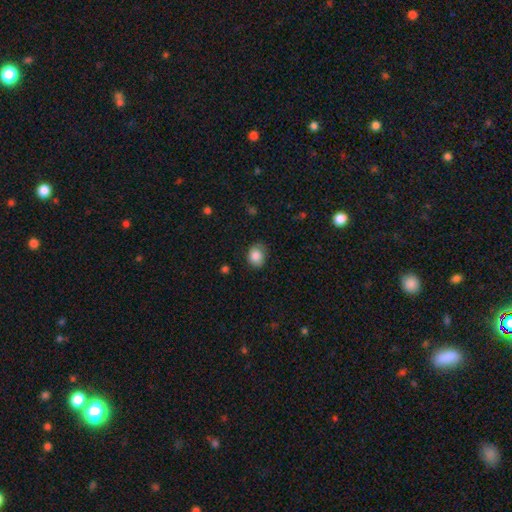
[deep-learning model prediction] This is clearly a smooth galaxy (85%). How rounded: possibly round (50%). Merging: likely none (70%).